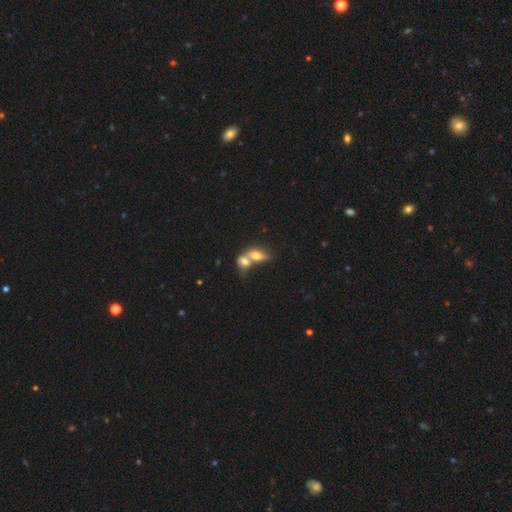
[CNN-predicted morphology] A smooth galaxy with no disk features (64%) that is in between round and cigar-shaped (77%).

Vote fractions:
- Smooth or featured? smooth: 64% / featured or disk: 27% / star or artifact: 9%
- How rounded? in between: 77% / round: 12% / cigar-shaped: 11%
- Merging? merger: 74% / none: 16% / minor disturbance: 5% / major disturbance: 4%